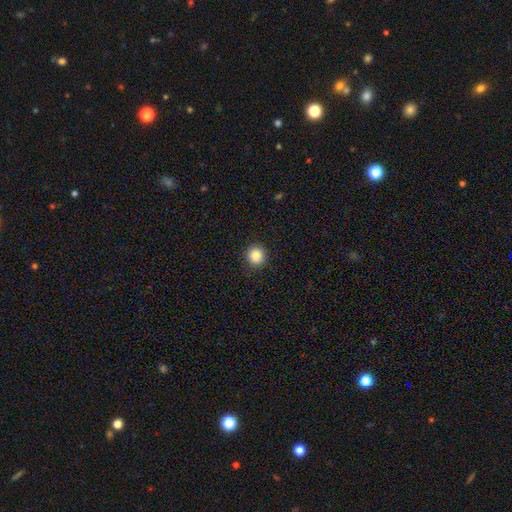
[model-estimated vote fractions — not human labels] Q: Smooth or featured?
A: smooth (86%); runner-up: star or artifact (10%)
Q: How rounded?
A: round (94%); runner-up: in between (5%)
Q: Merging?
A: none (92%); runner-up: minor disturbance (5%)